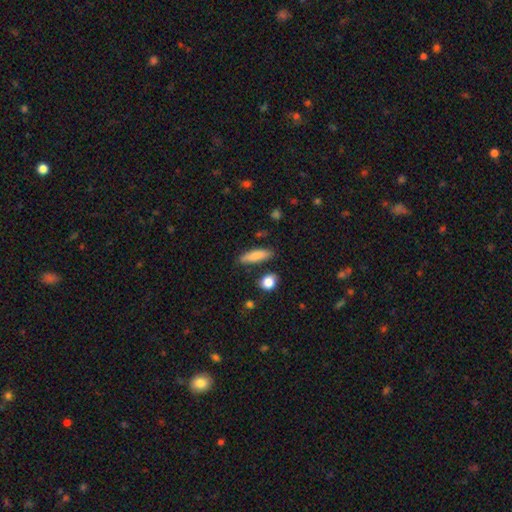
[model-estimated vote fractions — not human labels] Overall: smooth (83%). How rounded: cigar-shaped (61%; in between 37%). Merging: none (79%).